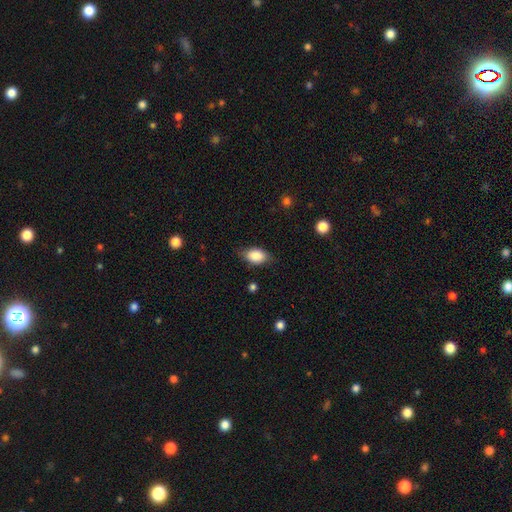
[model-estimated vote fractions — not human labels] smooth-or-featured: smooth: 85% | featured or disk: 8% | star or artifact: 7%
  how-rounded: in between: 87% | round: 10% | cigar-shaped: 2%
  merging: none: 76% | minor disturbance: 19% | major disturbance: 4% | merger: 1%